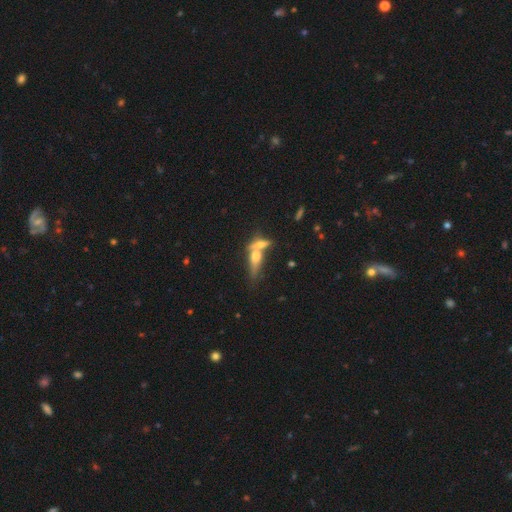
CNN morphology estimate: This is possibly a smooth galaxy (49%). Merging: possibly merger (56%).